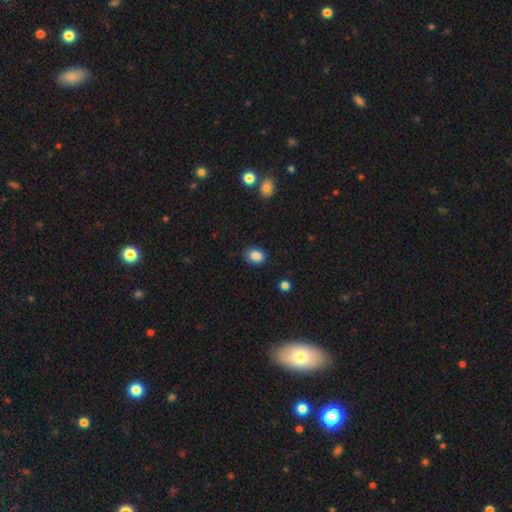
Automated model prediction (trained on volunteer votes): Overall: smooth (86%). How rounded: in between (53%; round 47%). Merging: none (84%).